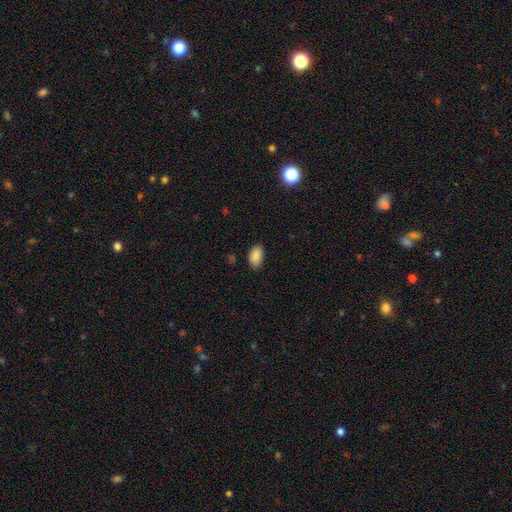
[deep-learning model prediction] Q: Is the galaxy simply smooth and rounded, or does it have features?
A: smooth — 89%.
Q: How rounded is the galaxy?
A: in between — 94%.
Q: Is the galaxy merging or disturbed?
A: none — 84%.